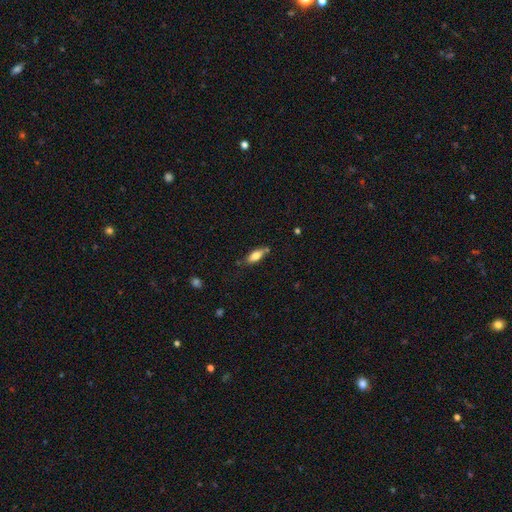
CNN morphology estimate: The model was most divided on "how rounded": in between: 69%, cigar-shaped: 28%, round: 2%. More confident: smooth or featured — smooth (71%); merging — none (70%).